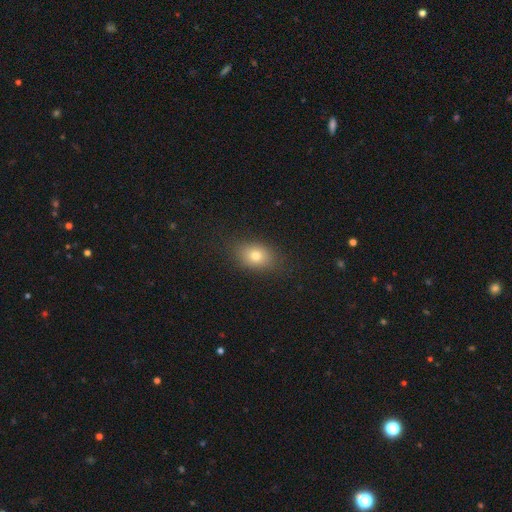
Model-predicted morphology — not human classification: Smooth or featured? smooth (77%)
How rounded? in between (74%)
Merging? none (84%)